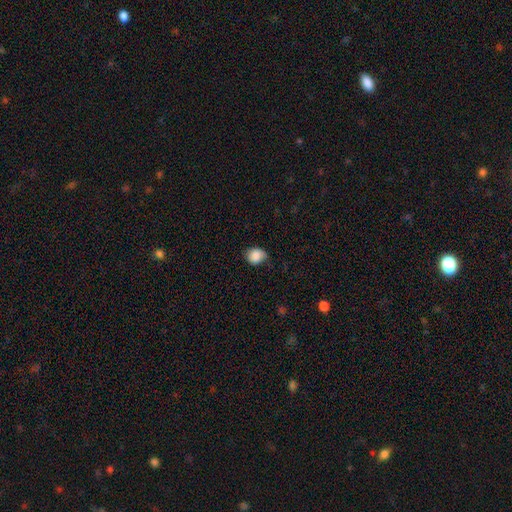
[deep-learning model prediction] Smooth or featured? smooth (85%)
How rounded? round (60%)
Merging? none (54%)